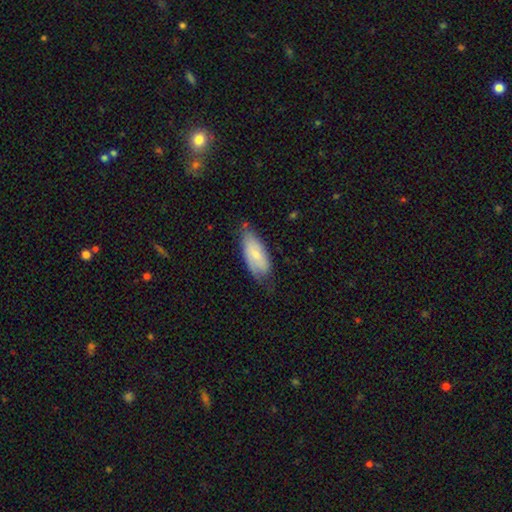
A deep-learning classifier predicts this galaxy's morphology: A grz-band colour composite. It shows a smooth galaxy with no disk features (63%) that is in between round and cigar-shaped (84%). Merging: none (55%).